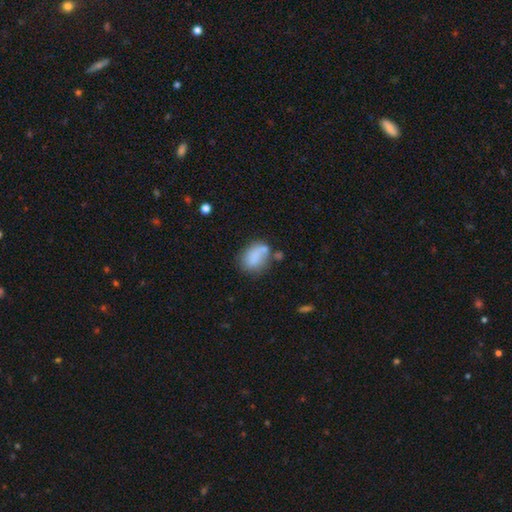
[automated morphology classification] This is likely a smooth galaxy (75%). How rounded: clearly in between (81%). Merging: marginally none (43%).